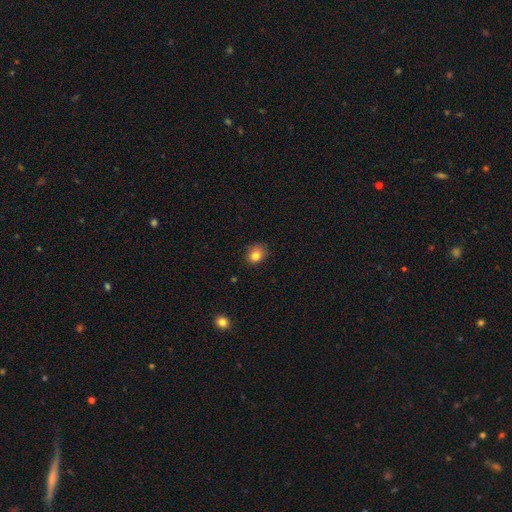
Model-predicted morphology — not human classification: This is clearly a smooth galaxy (82%). How rounded: likely round (61%). Merging: likely none (77%).